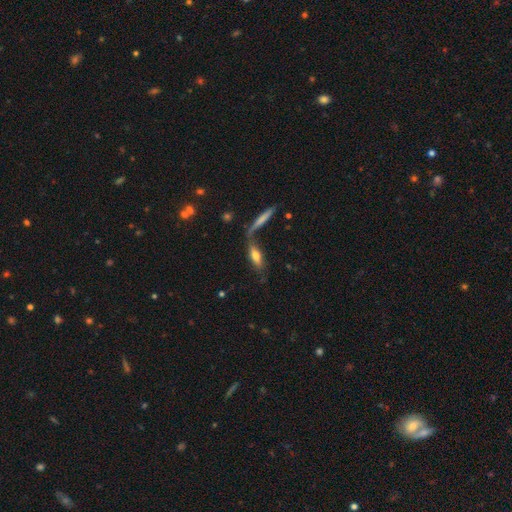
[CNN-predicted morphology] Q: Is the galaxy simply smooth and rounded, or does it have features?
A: smooth — 62%.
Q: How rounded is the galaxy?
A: in between — 52%.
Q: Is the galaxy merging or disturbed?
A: none — 50%.